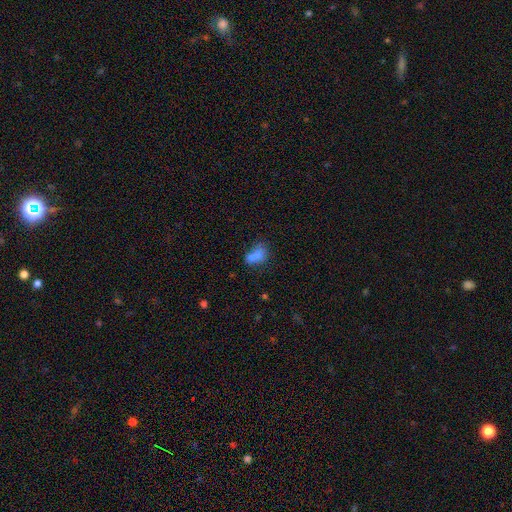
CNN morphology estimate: type=smooth (73%); roundness=in between (73%); merging=merger (48%).